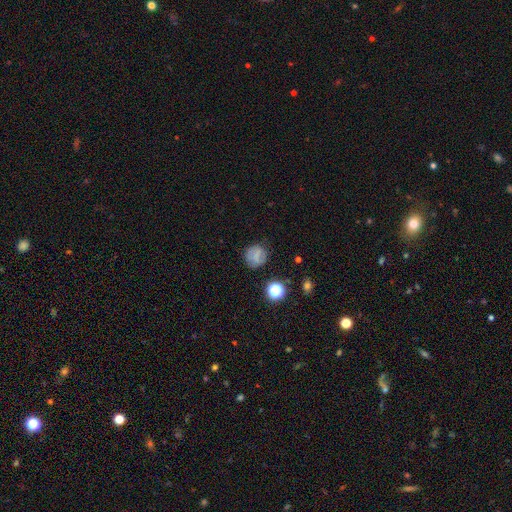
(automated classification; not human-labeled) The model was most divided on "smooth or featured": smooth: 61%, featured or disk: 23%, star or artifact: 15%. More confident: how rounded — round (86%); merging — none (78%).